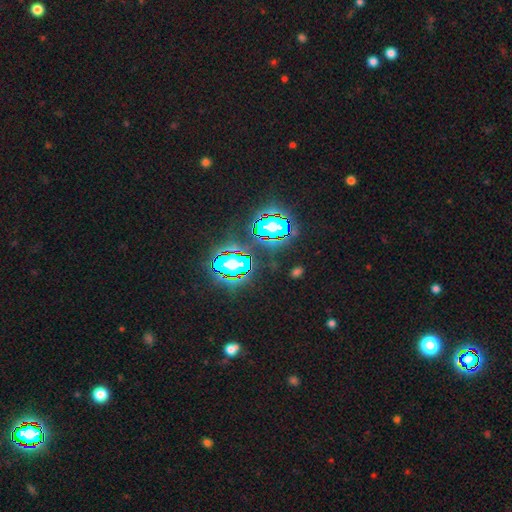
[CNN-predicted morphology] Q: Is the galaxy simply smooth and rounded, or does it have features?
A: star or artifact — 82%.